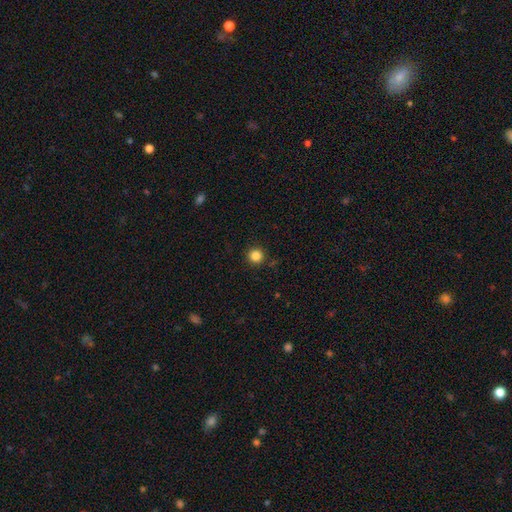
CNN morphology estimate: Q: Smooth or featured?
A: smooth (85%); runner-up: star or artifact (12%)
Q: How rounded?
A: round (95%); runner-up: in between (4%)
Q: Merging?
A: none (91%); runner-up: minor disturbance (6%)